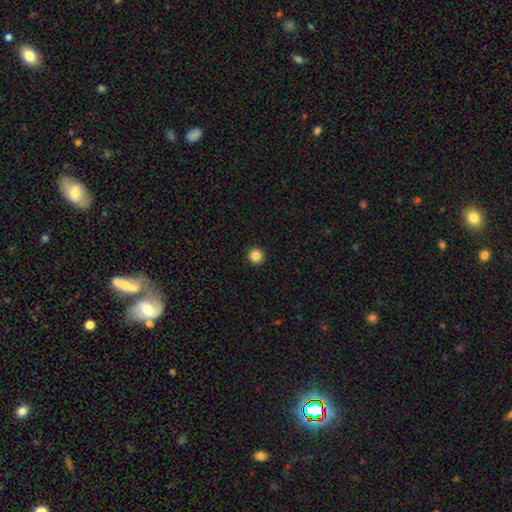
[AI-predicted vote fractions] A smooth galaxy with no disk features (85%) that is round (96%). Merging: none (94%).